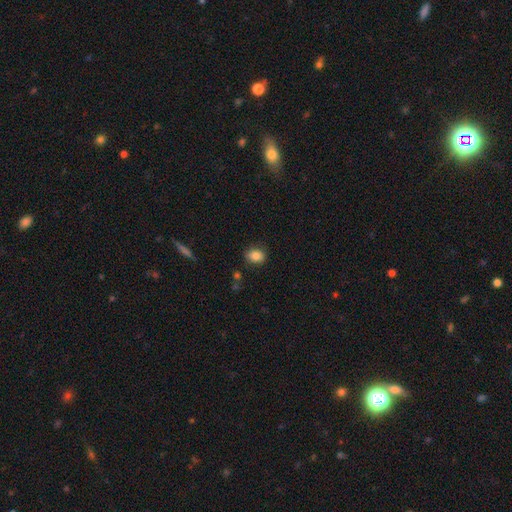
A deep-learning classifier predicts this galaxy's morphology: Q: Smooth or featured?
A: smooth (85%); runner-up: star or artifact (9%)
Q: How rounded?
A: in between (59%); runner-up: round (40%)
Q: Merging?
A: none (82%); runner-up: minor disturbance (13%)